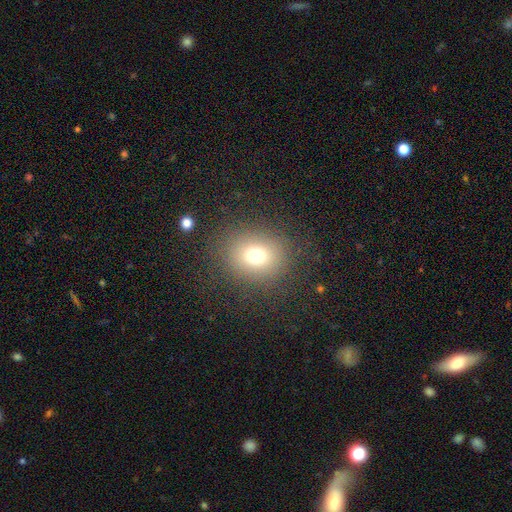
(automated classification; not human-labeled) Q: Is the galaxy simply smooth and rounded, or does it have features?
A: smooth — 71%.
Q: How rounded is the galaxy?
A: round — 74%.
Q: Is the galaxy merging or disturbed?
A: none — 84%.